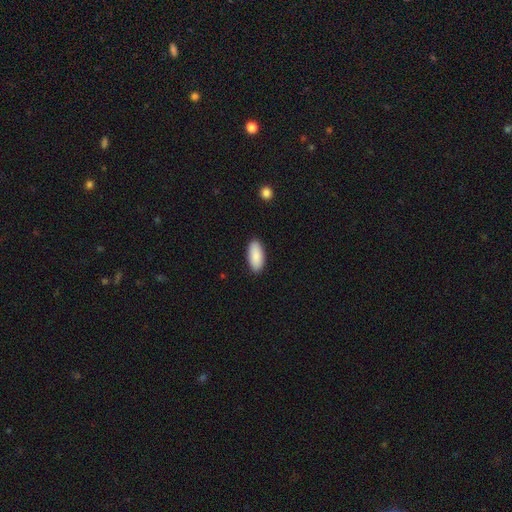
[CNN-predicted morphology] A smooth galaxy with no disk features (90%) that is in between round and cigar-shaped (90%).

Vote fractions:
- Smooth or featured? smooth: 90% / star or artifact: 6% / featured or disk: 5%
- How rounded? in between: 90% / cigar-shaped: 8% / round: 2%
- Merging? none: 89% / minor disturbance: 8% / major disturbance: 2% / merger: 1%